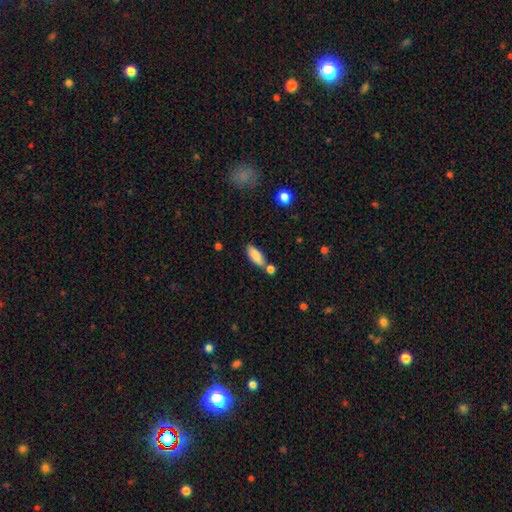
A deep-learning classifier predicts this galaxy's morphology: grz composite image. It shows a smooth galaxy with no disk features (83%) that is in between round and cigar-shaped (78%). Merging: none (62%).